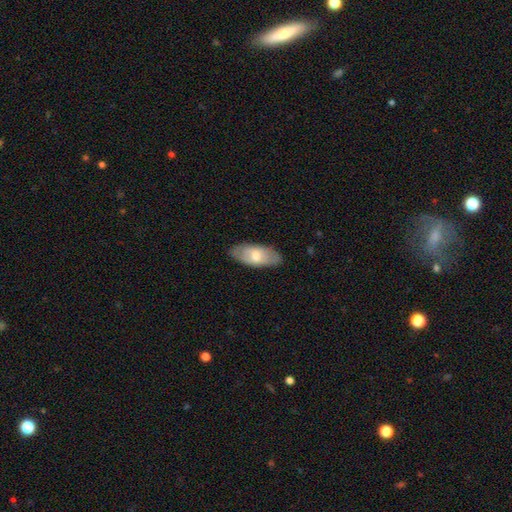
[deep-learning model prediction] smooth_or_featured: smooth (p=0.64) [alt: featured or disk p=0.31]
how_rounded: in between (p=0.89) [alt: cigar-shaped p=0.09]
merging: none (p=0.84) [alt: minor disturbance p=0.13]